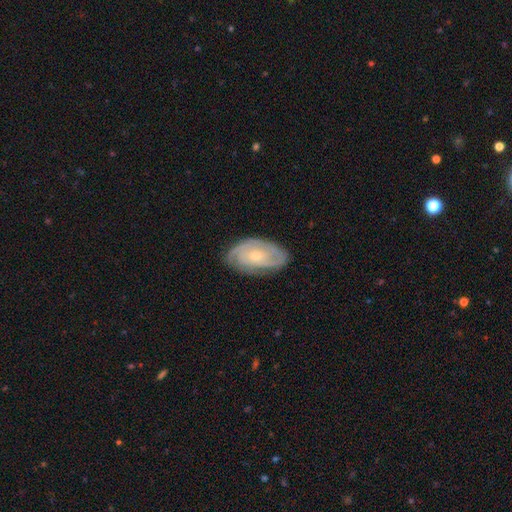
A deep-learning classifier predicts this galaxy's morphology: Smooth or featured?
  - featured or disk: 76% *
  - smooth: 18%
  - star or artifact: 5%
Edge-on disk?
  - no: 95% *
  - yes: 5%
Bar?
  - no: 77% *
  - weak: 19%
  - strong: 4%
Spiral arms?
  - yes: 90% *
  - no: 10%
Spiral winding?
  - tight: 68% *
  - medium: 25%
  - loose: 7%
Spiral arm count?
  - can't tell: 36% *
  - 2: 33%
  - 3: 16%
  - 4: 5%
  - 1: 5%
  - more than 4: 4%
Bulge size?
  - small: 64% *
  - moderate: 32%
  - large: 1%
  - none: 1%
  - dominant: 1%
Merging?
  - none: 76% *
  - minor disturbance: 18%
  - major disturbance: 4%
  - merger: 1%